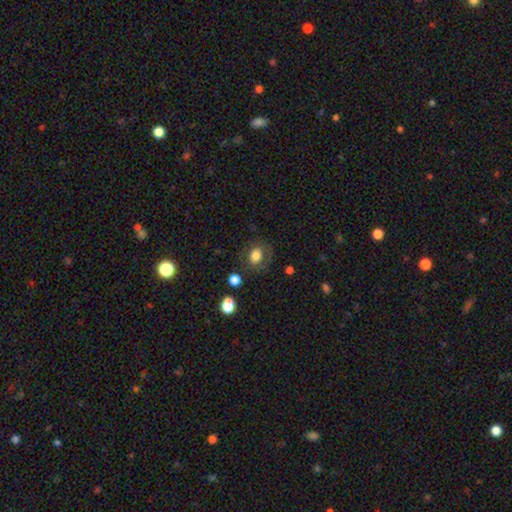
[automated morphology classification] Smooth or featured? Predicted: smooth (p=0.71). How rounded? Predicted: round (p=0.57). Merging? Predicted: none (p=0.73).